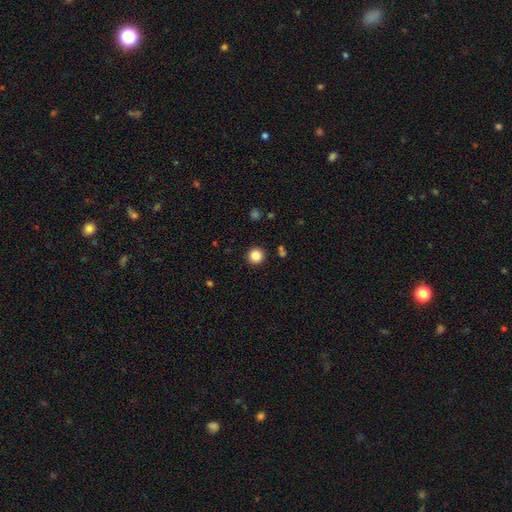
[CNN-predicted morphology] Smooth or featured? Predicted: smooth (p=0.85). How rounded? Predicted: round (p=0.96). Merging? Predicted: none (p=0.92).